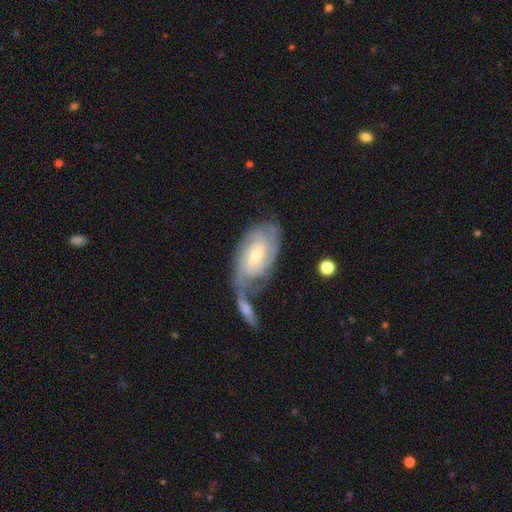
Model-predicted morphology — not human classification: Overall: featured or disk (78%). Edge-on disk: no (94%). Bar: no (49%; weak 40%). Spiral arms: yes (93%). Spiral arm count: can't tell (37%; 2 25%). Spiral winding: tight (61%; medium 30%). Bulge size: small (53%; moderate 43%). Merging: none (37%; merger 34%).